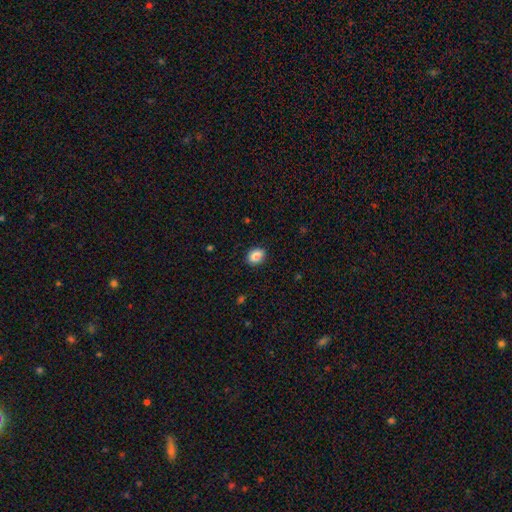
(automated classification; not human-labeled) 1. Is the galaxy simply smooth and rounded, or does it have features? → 87% smooth, 8% star or artifact, 5% featured or disk.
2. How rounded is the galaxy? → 70% in between, 29% round, 1% cigar-shaped.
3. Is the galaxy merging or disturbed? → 84% none, 12% minor disturbance, 3% major disturbance, 1% merger.